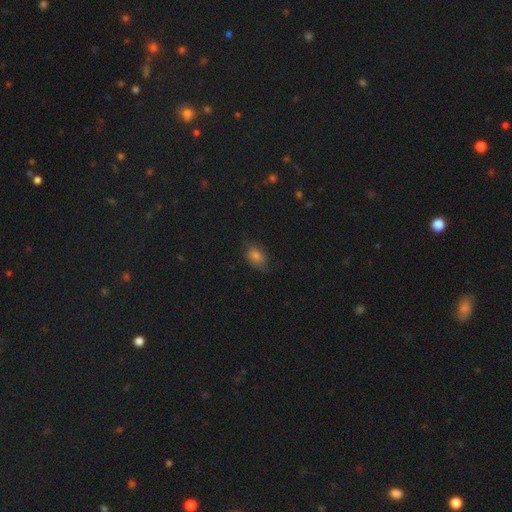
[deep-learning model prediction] Morphology: type=smooth (67%); roundness=in between (74%); merging=none (69%).